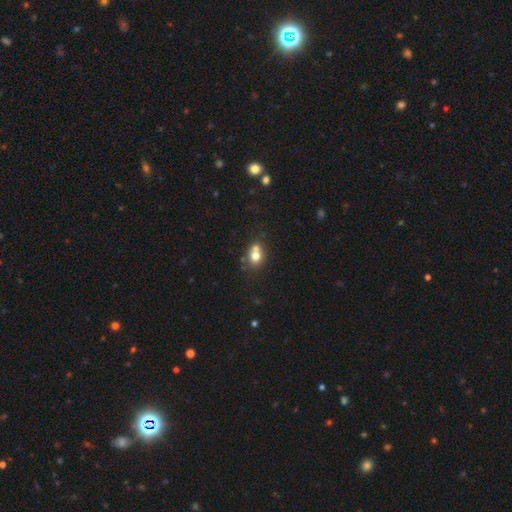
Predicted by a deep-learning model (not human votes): Overall: smooth (71%). How rounded: round (63%; in between 36%). Merging: merger (44%; none 42%).